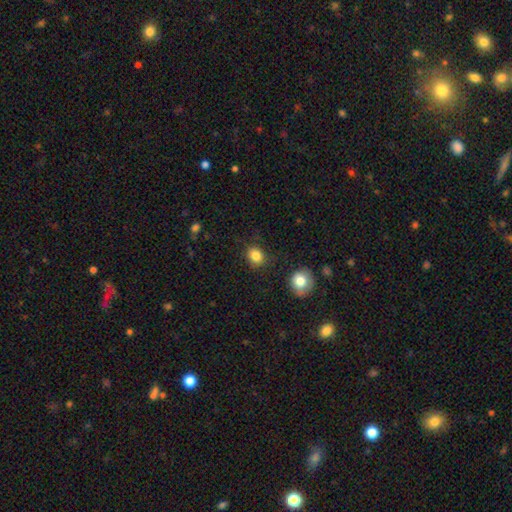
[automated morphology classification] This appears to be a smooth galaxy with no disk features (84%) that is round (63%). Merging: none (81%).